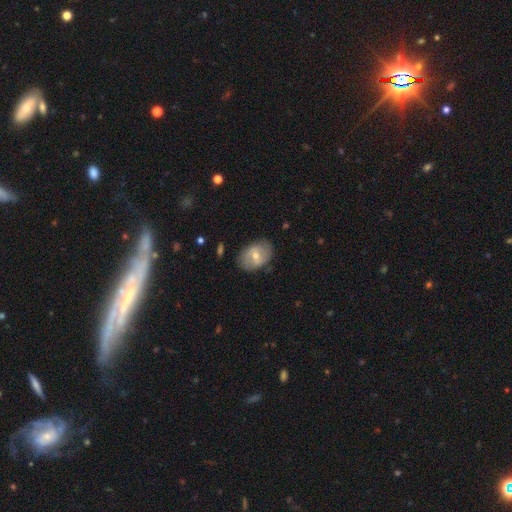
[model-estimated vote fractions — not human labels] Smooth or featured? smooth (49%)
Merging? none (79%)